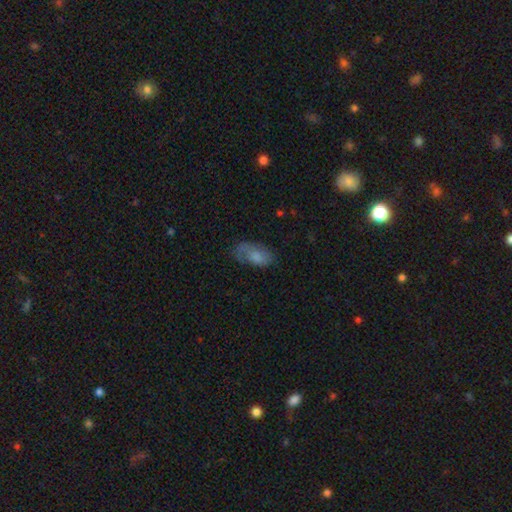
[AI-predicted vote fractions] A smooth galaxy with no disk features (68%) that is in between round and cigar-shaped (92%).

Vote fractions:
- Smooth or featured? smooth: 68% / featured or disk: 24% / star or artifact: 8%
- How rounded? in between: 92% / round: 4% / cigar-shaped: 3%
- Merging? none: 49% / minor disturbance: 30% / major disturbance: 18% / merger: 2%